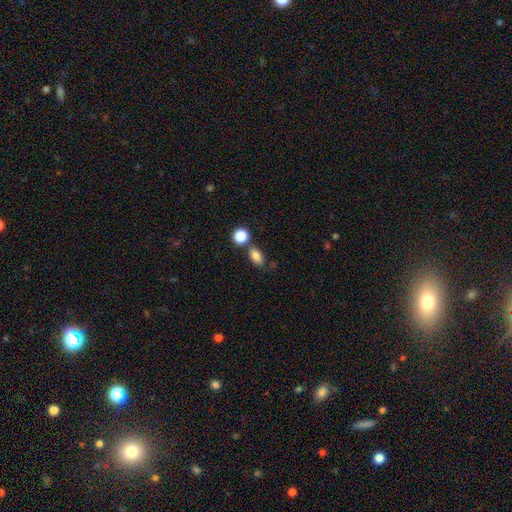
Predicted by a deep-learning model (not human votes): This appears to be a smooth galaxy with no disk features (84%) that is in between round and cigar-shaped (81%). Merging: none (66%).